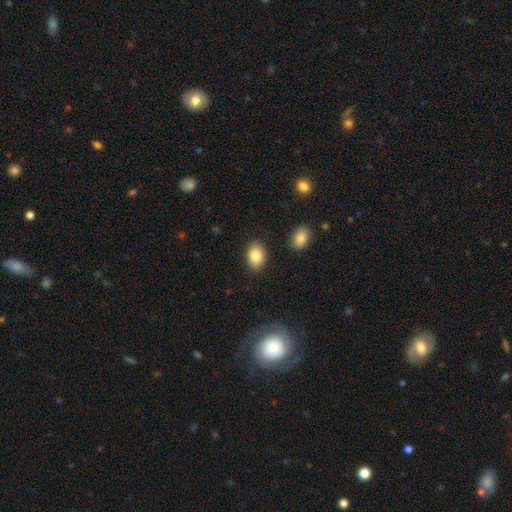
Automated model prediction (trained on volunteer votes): The model was most divided on "how rounded": in between: 87%, round: 12%, cigar-shaped: 1%. More confident: merging — none (86%); smooth or featured — smooth (85%).